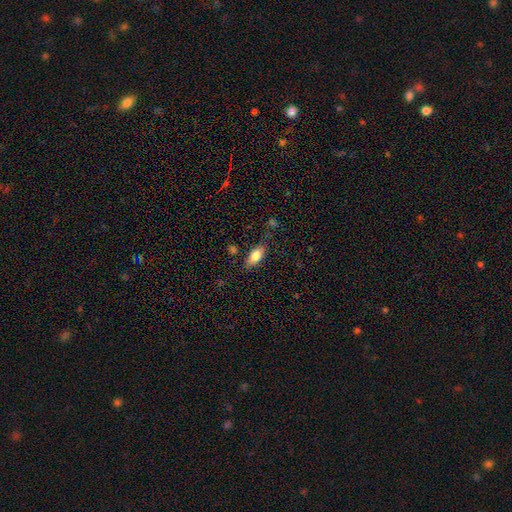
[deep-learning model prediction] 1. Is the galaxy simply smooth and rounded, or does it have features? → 79% smooth, 14% featured or disk, 7% star or artifact.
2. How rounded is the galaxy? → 81% in between, 16% cigar-shaped, 3% round.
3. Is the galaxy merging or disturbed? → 79% none, 15% minor disturbance, 4% major disturbance, 3% merger.